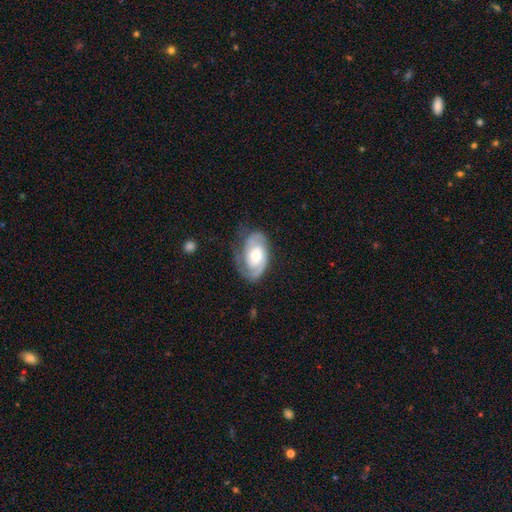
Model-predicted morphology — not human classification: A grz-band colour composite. It shows a featured or disk galaxy (79%) with no bar (68%), 2 (64%) tight (52%) spiral arms (93%) and a moderate central bulge (64%). Merging: none (64%).